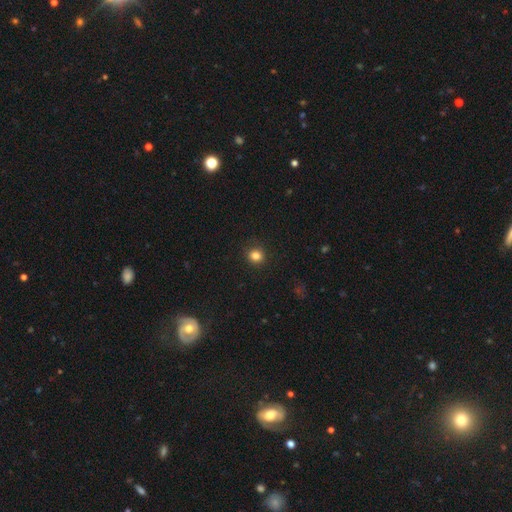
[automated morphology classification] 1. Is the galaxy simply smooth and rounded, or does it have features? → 83% smooth, 12% star or artifact, 5% featured or disk.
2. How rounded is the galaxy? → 87% round, 13% in between, 1% cigar-shaped.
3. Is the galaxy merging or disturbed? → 90% none, 7% minor disturbance, 2% major disturbance, 1% merger.